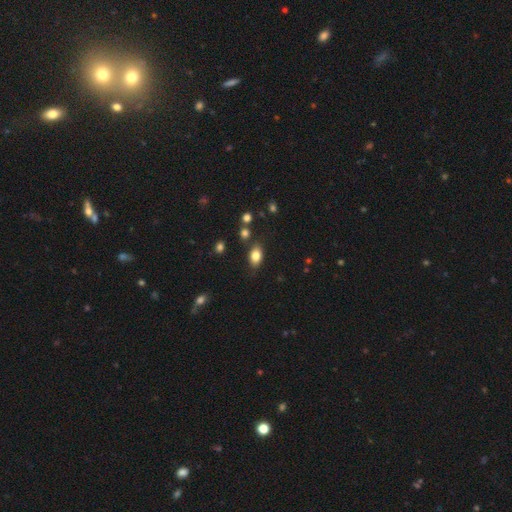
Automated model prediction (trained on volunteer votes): smooth_or_featured: smooth (p=0.82) [alt: star or artifact p=0.09]
how_rounded: in between (p=0.85) [alt: round p=0.12]
merging: none (p=0.79) [alt: minor disturbance p=0.14]